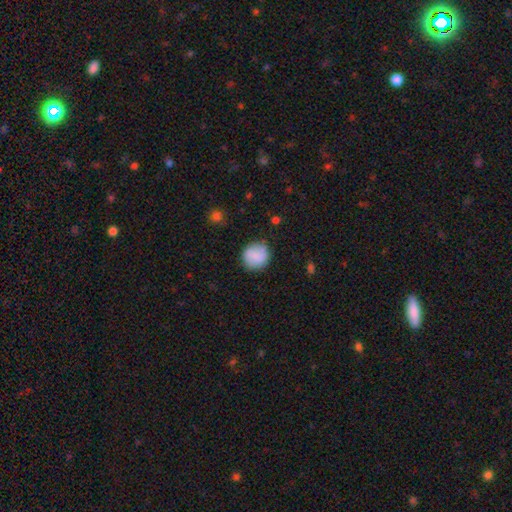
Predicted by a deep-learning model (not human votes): smooth-or-featured: smooth: 79% | featured or disk: 14% | star or artifact: 7%
  how-rounded: round: 90% | in between: 9% | cigar-shaped: 1%
  merging: none: 85% | minor disturbance: 11% | major disturbance: 3% | merger: 1%